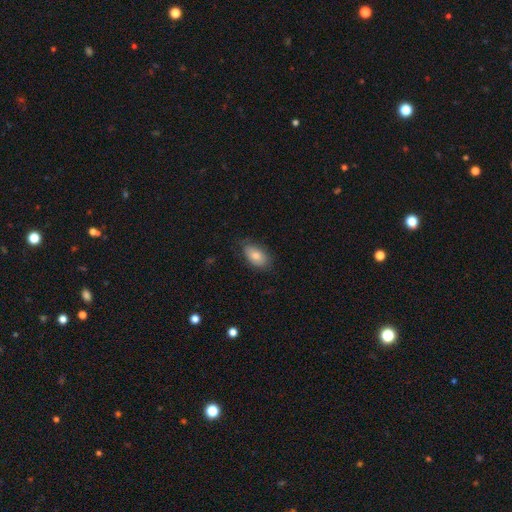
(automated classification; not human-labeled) Overall: smooth (78%). How rounded: in between (91%). Merging: none (72%).